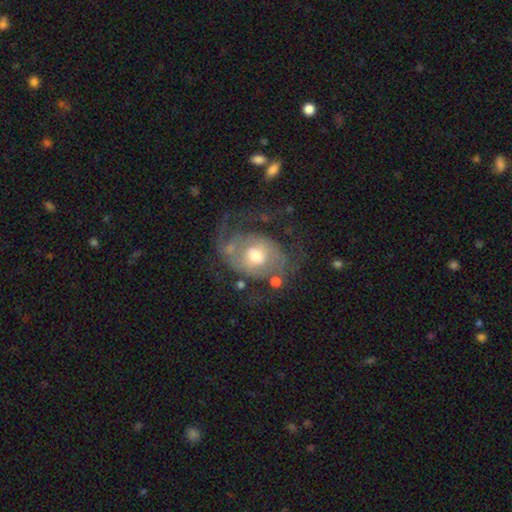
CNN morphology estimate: Smooth or featured?
  - featured or disk: 80% *
  - smooth: 14%
  - star or artifact: 6%
Edge-on disk?
  - no: 97% *
  - yes: 3%
Bar?
  - no: 63% *
  - weak: 30%
  - strong: 6%
Spiral arms?
  - yes: 85% *
  - no: 15%
Spiral winding?
  - medium: 43% *
  - tight: 30%
  - loose: 26%
Spiral arm count?
  - 2: 56% *
  - can't tell: 20%
  - 1: 9%
  - 3: 8%
  - 4: 4%
  - more than 4: 3%
Bulge size?
  - moderate: 69% *
  - small: 17%
  - large: 11%
  - dominant: 1%
  - none: 1%
Merging?
  - none: 50% *
  - major disturbance: 27%
  - minor disturbance: 19%
  - merger: 4%